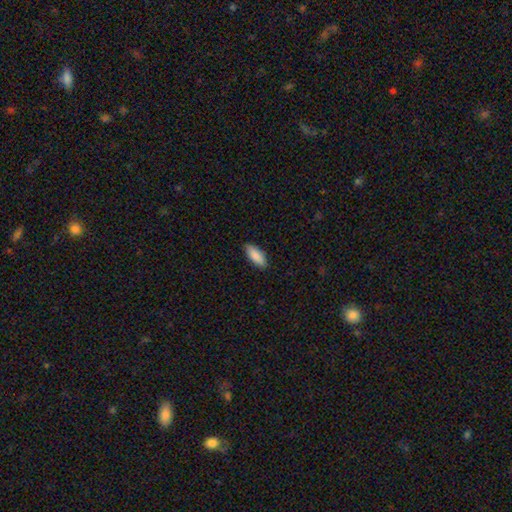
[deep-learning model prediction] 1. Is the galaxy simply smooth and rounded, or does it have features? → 89% smooth, 6% star or artifact, 5% featured or disk.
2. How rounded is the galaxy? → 74% in between, 24% cigar-shaped, 2% round.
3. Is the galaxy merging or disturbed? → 87% none, 10% minor disturbance, 2% major disturbance, 1% merger.